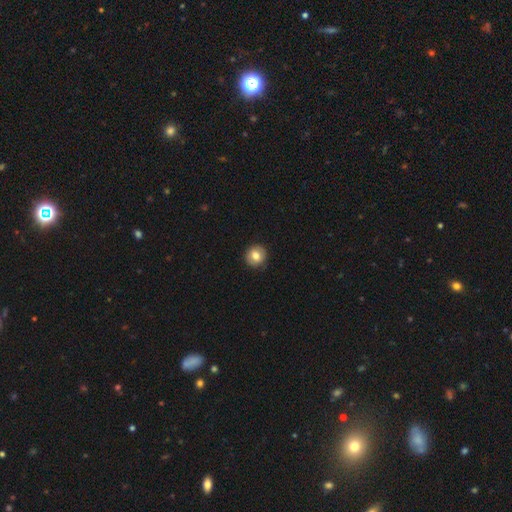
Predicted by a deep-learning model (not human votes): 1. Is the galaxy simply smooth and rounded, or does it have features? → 80% smooth, 11% featured or disk, 9% star or artifact.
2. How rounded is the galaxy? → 91% round, 8% in between, 1% cigar-shaped.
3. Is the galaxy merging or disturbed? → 90% none, 7% minor disturbance, 2% major disturbance, 1% merger.